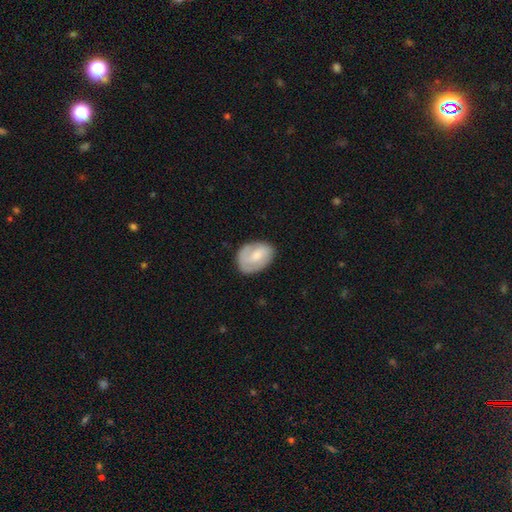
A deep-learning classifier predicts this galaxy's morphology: Smooth or featured?
  - smooth: 56% *
  - featured or disk: 38%
  - star or artifact: 6%
How rounded?
  - in between: 78% *
  - round: 21%
  - cigar-shaped: 1%
Merging?
  - none: 69% *
  - minor disturbance: 23%
  - major disturbance: 7%
  - merger: 1%